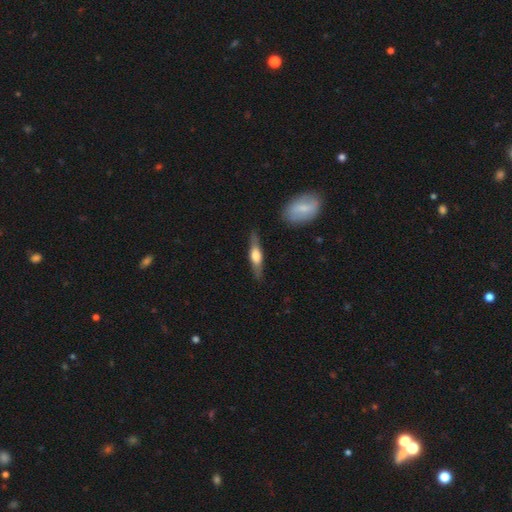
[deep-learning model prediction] A featured or disk galaxy (57%) viewed edge-on (92%) with a rounded central bulge (84%). Merging: none (82%).